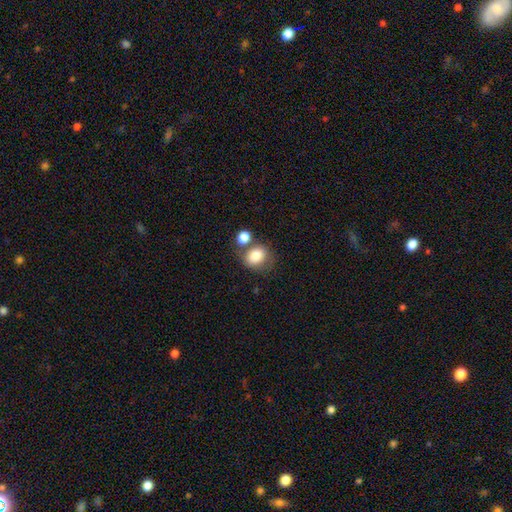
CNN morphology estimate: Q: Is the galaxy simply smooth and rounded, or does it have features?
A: smooth — 81%.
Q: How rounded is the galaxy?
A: round — 60%.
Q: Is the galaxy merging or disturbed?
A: none — 50%.